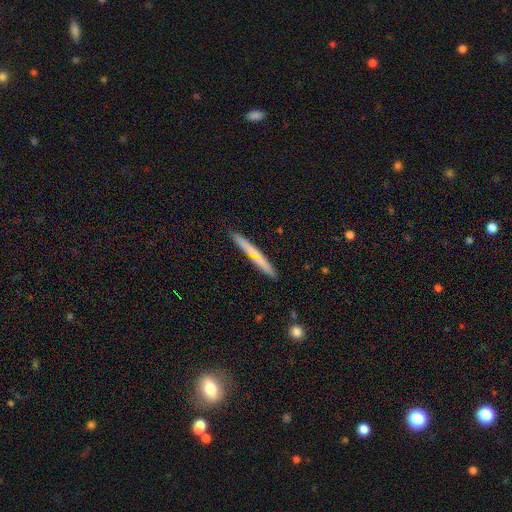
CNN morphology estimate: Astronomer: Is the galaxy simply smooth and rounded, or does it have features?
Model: smooth — 46% (runner-up: featured or disk, 45%).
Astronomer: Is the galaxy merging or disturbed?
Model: none — 88%.